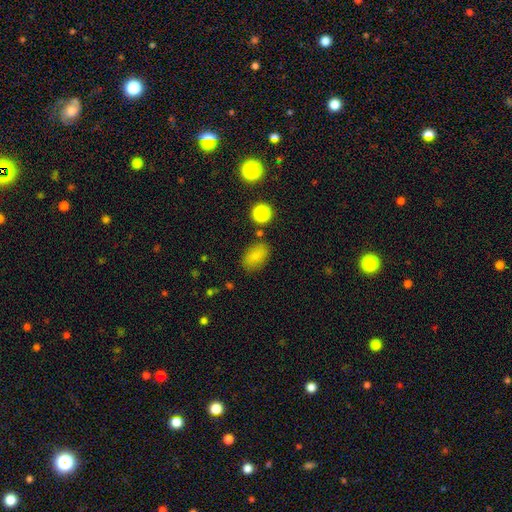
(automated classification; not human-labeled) Morphology: type=smooth (81%); roundness=in between (86%); merging=none (79%).